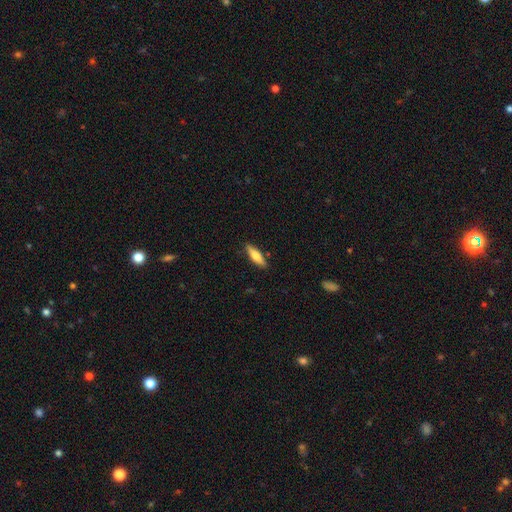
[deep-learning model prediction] smooth 66%, featured or disk 28%, star or artifact 6%. Down the decision tree: how rounded — cigar-shaped (62%); merging — none (86%).